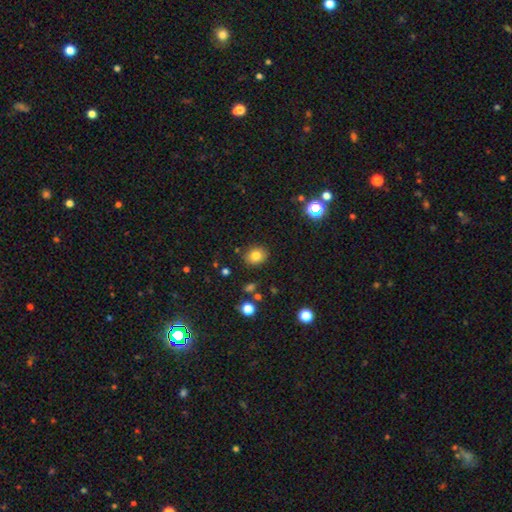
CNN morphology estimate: Smooth or featured? smooth (81%)
How rounded? round (57%)
Merging? none (86%)